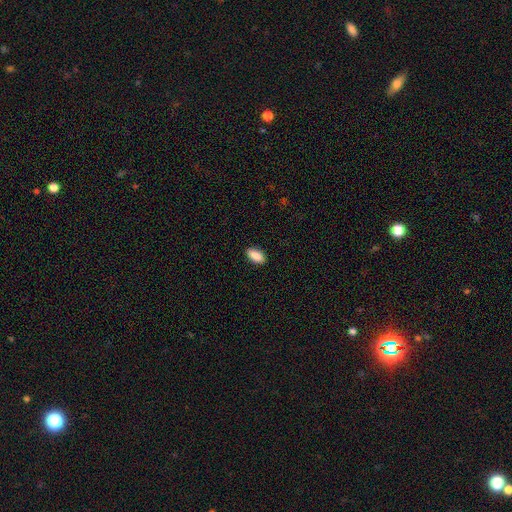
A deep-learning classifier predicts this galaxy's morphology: This appears to be a smooth galaxy with no disk features (90%) that is in between round and cigar-shaped (92%). Merging: none (90%).